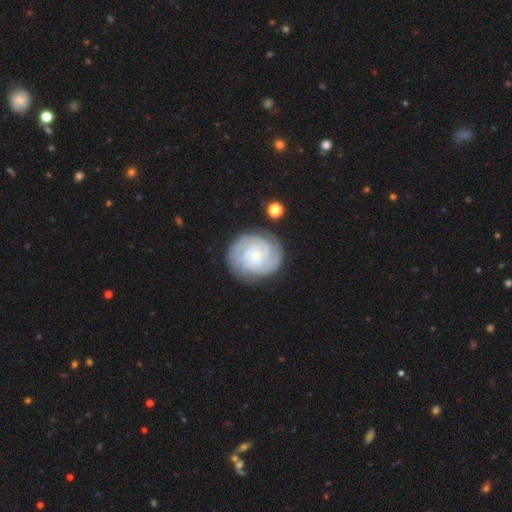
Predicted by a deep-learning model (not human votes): A featured or disk galaxy (83%) with no bar (75%), tight (80%) spiral arms (96%) and a small central bulge (83%). Merging: none (80%).